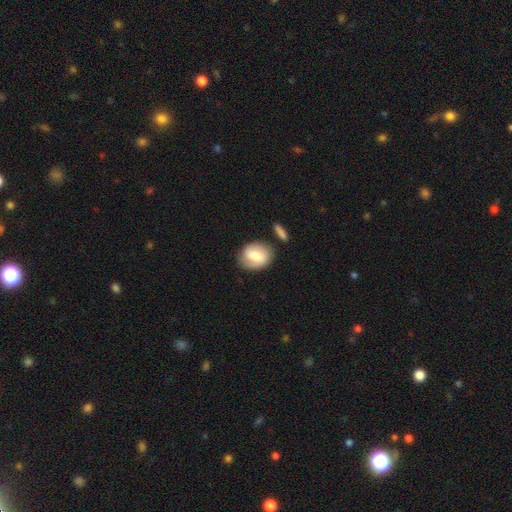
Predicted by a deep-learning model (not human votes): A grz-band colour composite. It shows a smooth galaxy with no disk features (64%) that is round (51%). Merging: none (68%).